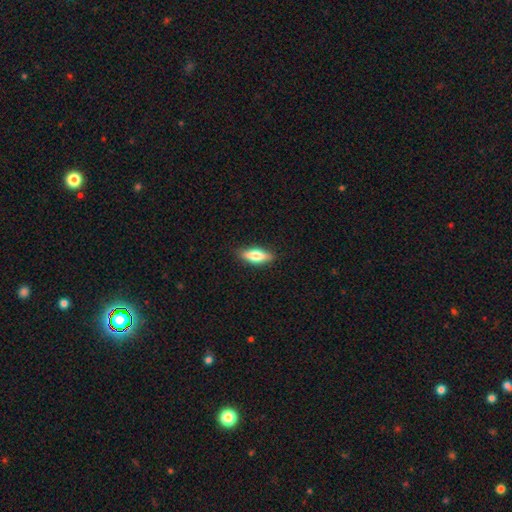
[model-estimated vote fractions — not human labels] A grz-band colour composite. It shows a smooth galaxy with no disk features (65%) that is in between round and cigar-shaped (63%). Merging: none (88%).